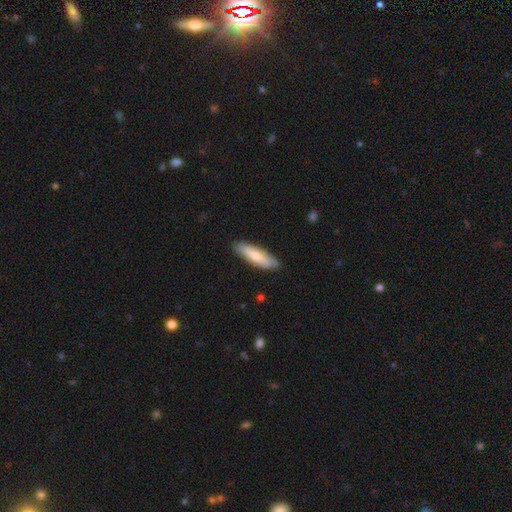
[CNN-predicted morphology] A smooth galaxy with no disk features (66%) that is cigar-shaped (57%). Merging: none (84%).